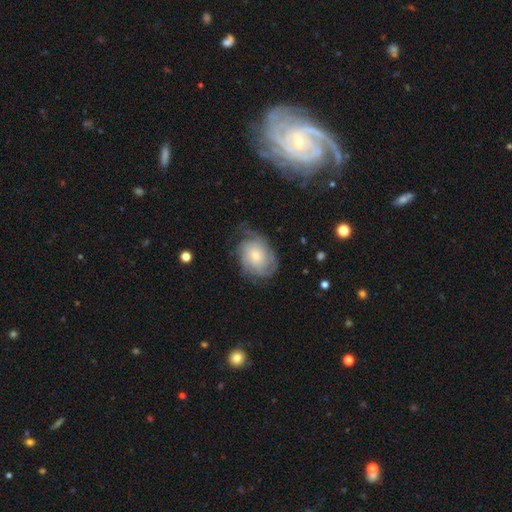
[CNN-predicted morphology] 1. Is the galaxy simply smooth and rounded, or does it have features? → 70% featured or disk, 23% smooth, 7% star or artifact.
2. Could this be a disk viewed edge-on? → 97% no, 3% yes.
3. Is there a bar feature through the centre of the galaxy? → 79% no, 18% weak, 3% strong.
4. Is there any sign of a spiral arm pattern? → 91% yes, 9% no.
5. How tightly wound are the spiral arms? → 60% tight, 29% medium, 11% loose.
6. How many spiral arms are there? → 43% can't tell, 16% 3, 15% 2, 14% 4, 7% more than 4, 6% 1.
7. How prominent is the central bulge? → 60% small, 33% moderate, 4% large, 2% none, 1% dominant.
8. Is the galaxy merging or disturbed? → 62% none, 22% minor disturbance, 14% major disturbance, 1% merger.